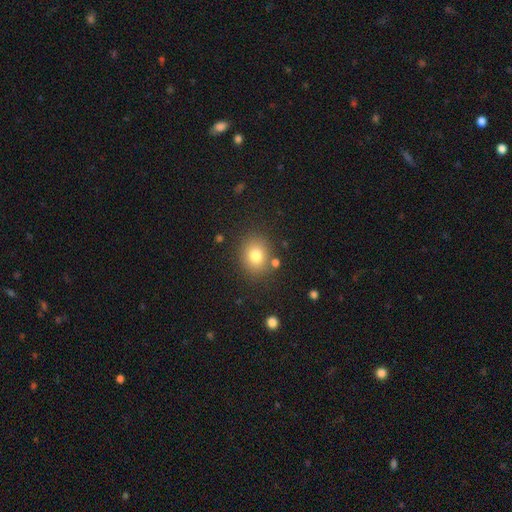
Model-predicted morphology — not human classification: type=smooth (78%); roundness=round (67%); merging=none (82%).